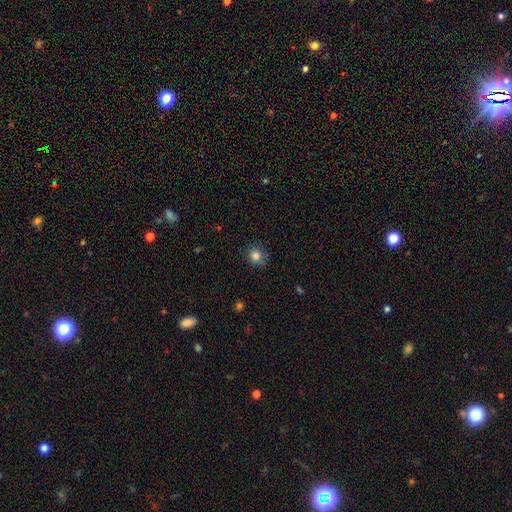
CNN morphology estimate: type=smooth (84%); roundness=round (84%); merging=none (80%).